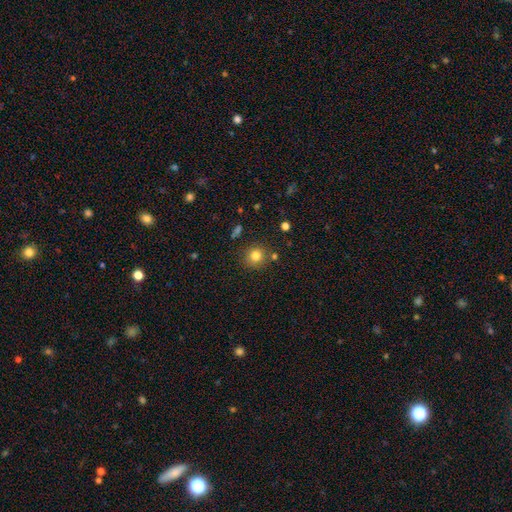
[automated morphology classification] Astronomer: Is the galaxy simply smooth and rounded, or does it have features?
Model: smooth — 80%.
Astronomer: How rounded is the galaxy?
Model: round — 89%.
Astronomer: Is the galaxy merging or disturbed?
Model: none — 83%.